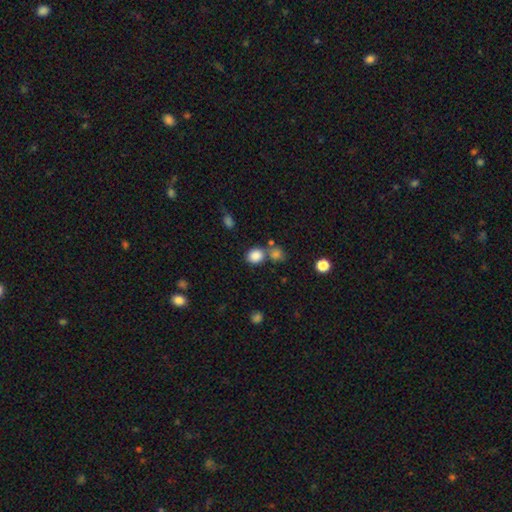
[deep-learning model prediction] A smooth galaxy with no disk features (85%) that is round (67%). Merging: none (61%).